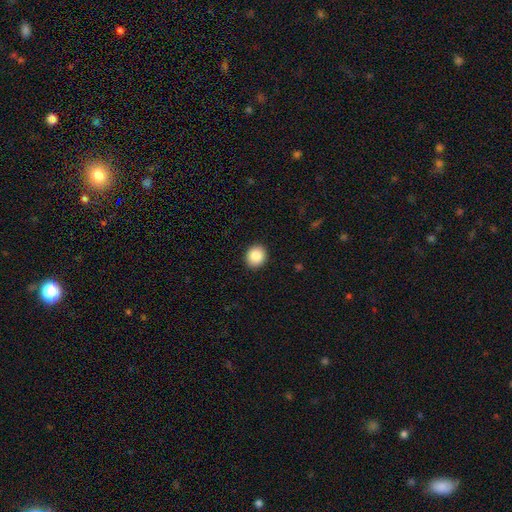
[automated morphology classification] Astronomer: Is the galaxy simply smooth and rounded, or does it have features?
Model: smooth — 86%.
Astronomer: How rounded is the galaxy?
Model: round — 79%.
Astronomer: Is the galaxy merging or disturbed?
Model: none — 92%.